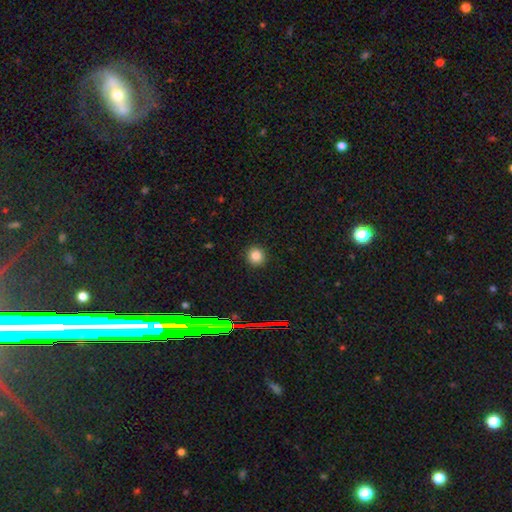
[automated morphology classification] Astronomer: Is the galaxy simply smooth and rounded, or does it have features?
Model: smooth — 81%.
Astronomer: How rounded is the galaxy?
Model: round — 91%.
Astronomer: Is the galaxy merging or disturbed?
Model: none — 91%.